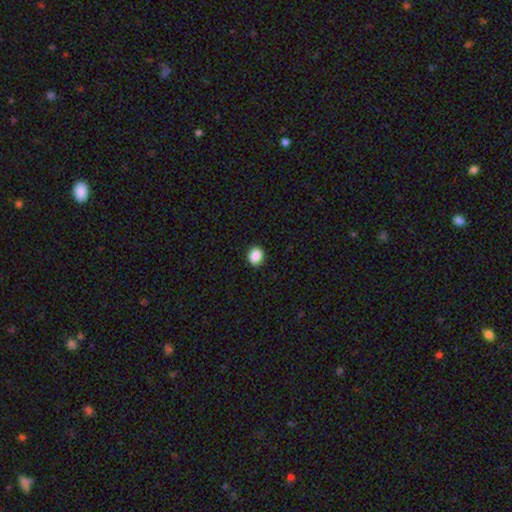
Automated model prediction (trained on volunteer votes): This is clearly a smooth galaxy (88%). How rounded: likely round (69%). Merging: clearly none (91%).